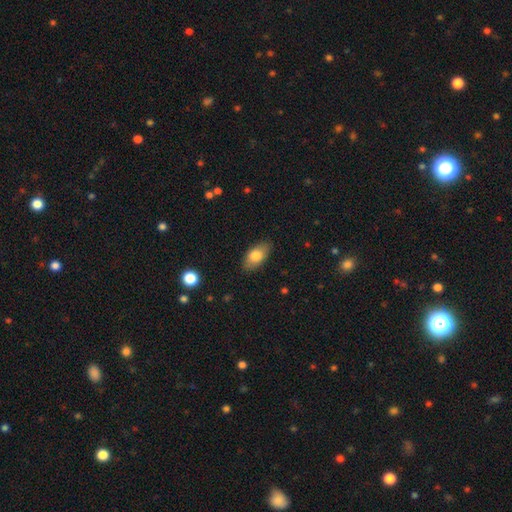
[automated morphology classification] Smooth or featured? Predicted: smooth (p=0.78). How rounded? Predicted: in between (p=0.91). Merging? Predicted: none (p=0.85).